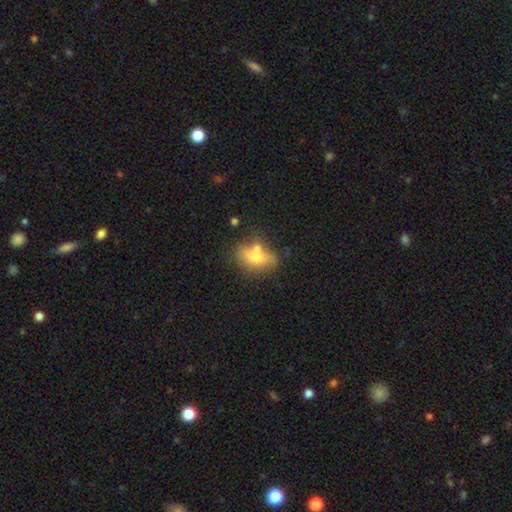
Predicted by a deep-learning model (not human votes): smooth_or_featured: smooth (p=0.63) [alt: featured or disk p=0.28]
how_rounded: in between (p=0.78) [alt: round p=0.15]
merging: none (p=0.48) [alt: merger p=0.24]